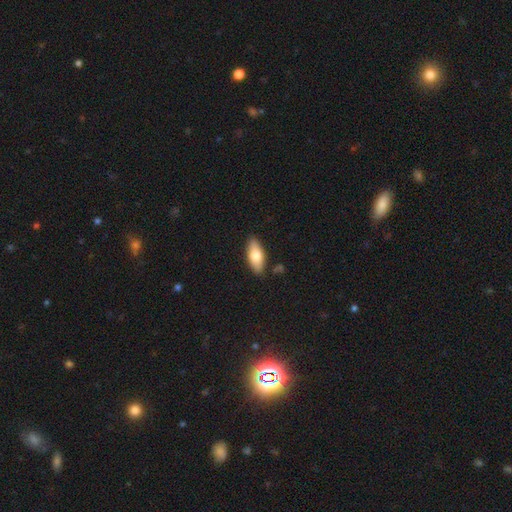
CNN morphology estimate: A smooth galaxy with no disk features (71%) that is in between round and cigar-shaped (80%).

Vote fractions:
- Smooth or featured? smooth: 71% / featured or disk: 23% / star or artifact: 6%
- How rounded? in between: 80% / cigar-shaped: 18% / round: 3%
- Merging? none: 87% / minor disturbance: 9% / merger: 2% / major disturbance: 2%